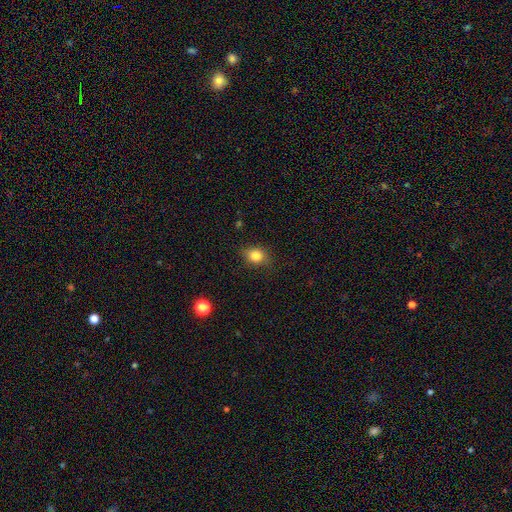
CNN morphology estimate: smooth-or-featured: smooth: 83% | star or artifact: 11% | featured or disk: 6%
  how-rounded: round: 53% | in between: 46% | cigar-shaped: 1%
  merging: none: 80% | minor disturbance: 15% | major disturbance: 4% | merger: 1%